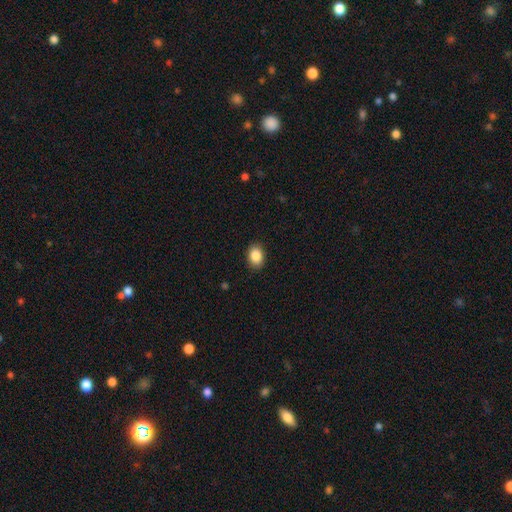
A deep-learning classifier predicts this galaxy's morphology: smooth-or-featured: smooth: 87% | star or artifact: 8% | featured or disk: 5%
  how-rounded: in between: 73% | round: 26% | cigar-shaped: 1%
  merging: none: 89% | minor disturbance: 8% | major disturbance: 2% | merger: 1%